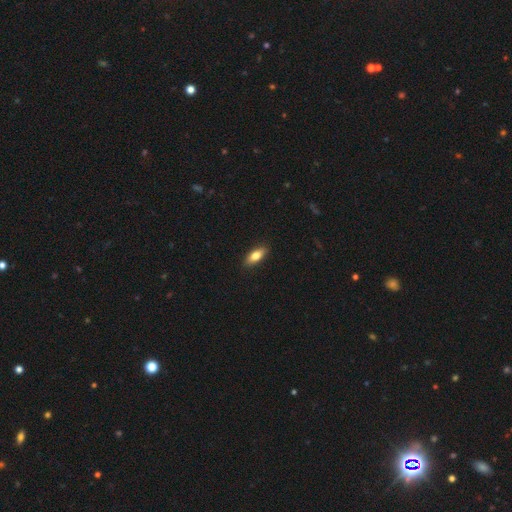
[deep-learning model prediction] Smooth or featured: smooth — 79% (featured or disk — 15%)
How rounded: in between — 78% (cigar-shaped — 19%)
Merging: none — 88% (minor disturbance — 9%)